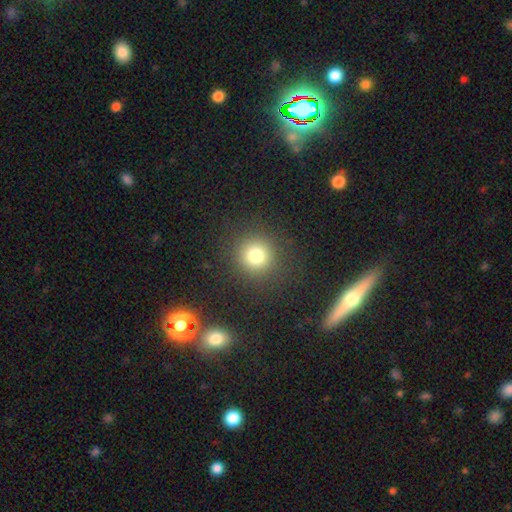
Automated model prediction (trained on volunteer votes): Morphology: type=smooth (78%); roundness=round (93%); merging=none (89%).